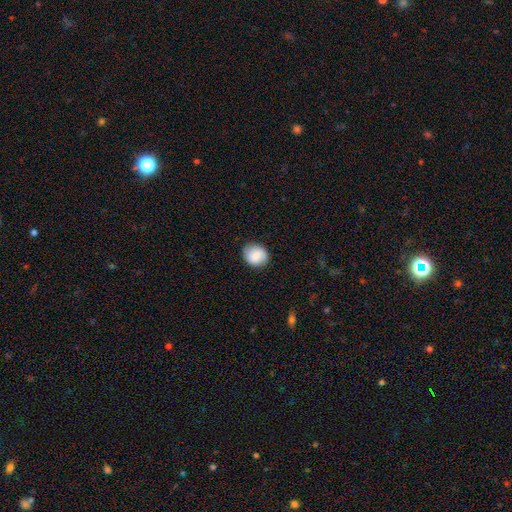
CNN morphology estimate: Smooth or featured: smooth — 81% (featured or disk — 12%)
How rounded: round — 64% (in between — 35%)
Merging: none — 83% (minor disturbance — 13%)